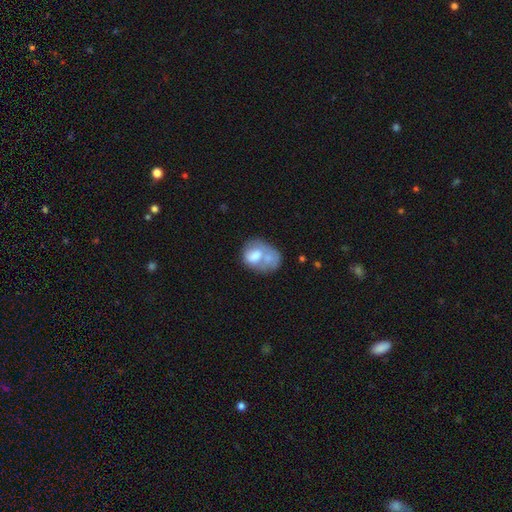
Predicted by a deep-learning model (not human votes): The model was most divided on "how rounded": in between: 59%, round: 40%, cigar-shaped: 1%. More confident: smooth or featured — smooth (58%); merging — merger (51%).